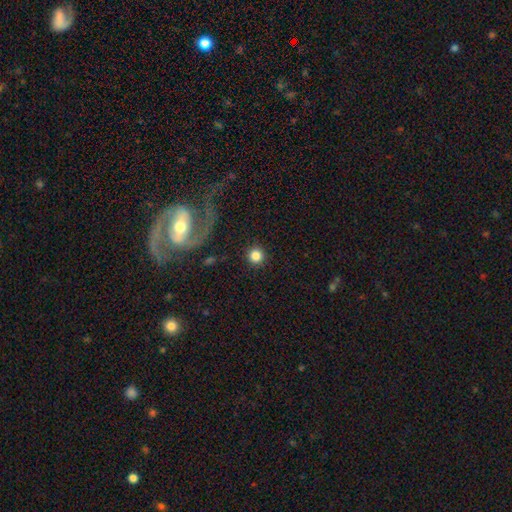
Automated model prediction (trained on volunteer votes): Smooth or featured?
  - smooth: 83% *
  - star or artifact: 11%
  - featured or disk: 7%
How rounded?
  - round: 95% *
  - in between: 4%
  - cigar-shaped: 1%
Merging?
  - none: 90% *
  - minor disturbance: 5%
  - major disturbance: 3%
  - merger: 2%